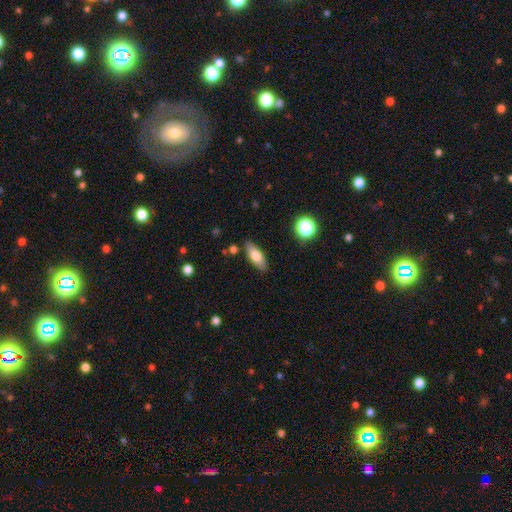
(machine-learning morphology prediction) Overall: smooth (70%). How rounded: in between (71%). Merging: none (84%).